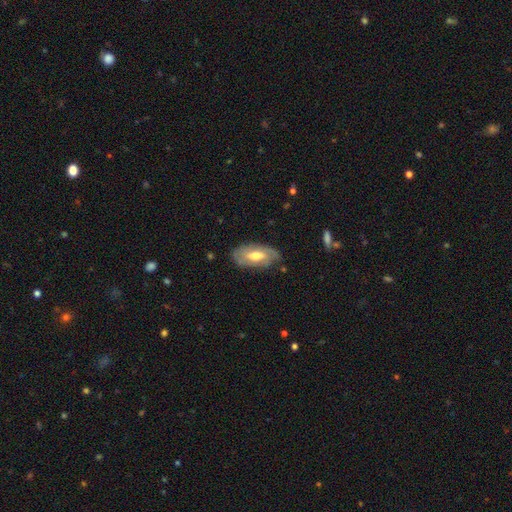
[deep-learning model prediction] Smooth or featured: featured or disk — 61% (smooth — 33%)
Edge-on disk: no — 89% (yes — 11%)
Bar: weak — 45% (no — 41%)
Spiral arms: yes — 74% (no — 26%)
Bulge size: moderate — 69% (large — 15%)
Merging: none — 74% (minor disturbance — 19%)